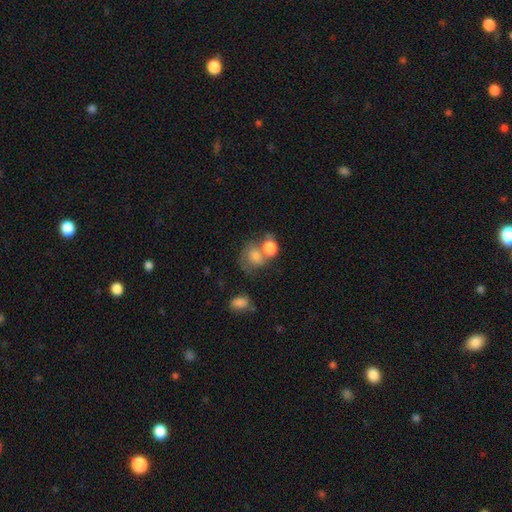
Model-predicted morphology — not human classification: Overall: smooth (72%). How rounded: round (56%; in between 43%). Merging: merger (47%; none 30%).